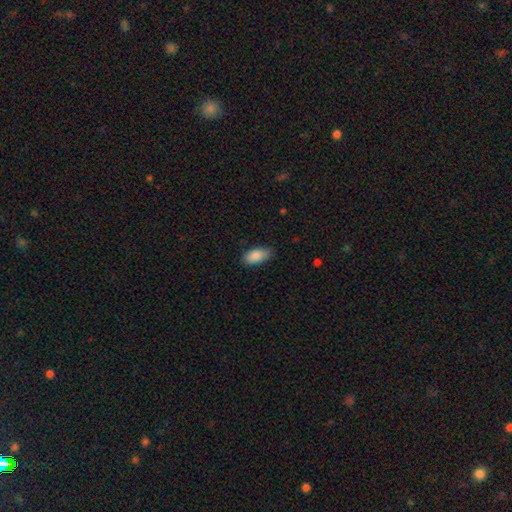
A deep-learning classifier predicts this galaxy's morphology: type=smooth (89%); roundness=in between (92%); merging=none (79%).